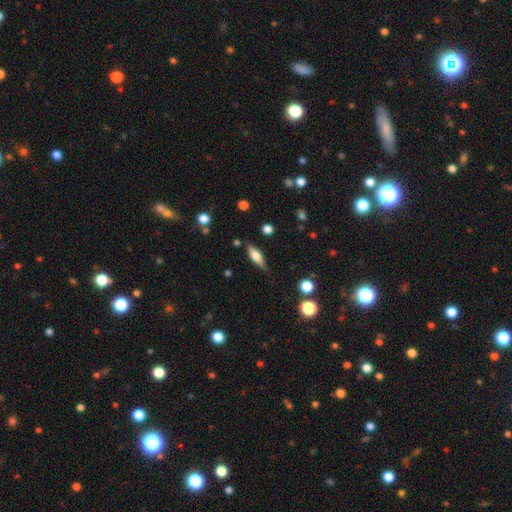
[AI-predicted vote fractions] A smooth galaxy with no disk features (47%).

Vote fractions:
- Smooth or featured? smooth: 47% / featured or disk: 45% / star or artifact: 7%
- Merging? none: 77% / minor disturbance: 16% / major disturbance: 4% / merger: 3%